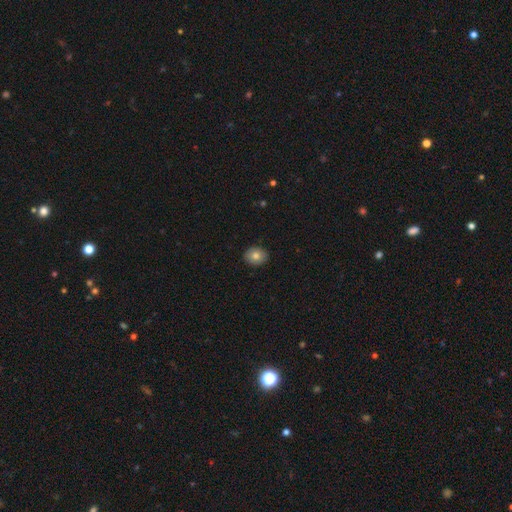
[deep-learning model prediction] Smooth or featured: smooth — 80% (featured or disk — 11%)
How rounded: round — 51% (in between — 48%)
Merging: none — 90% (minor disturbance — 8%)